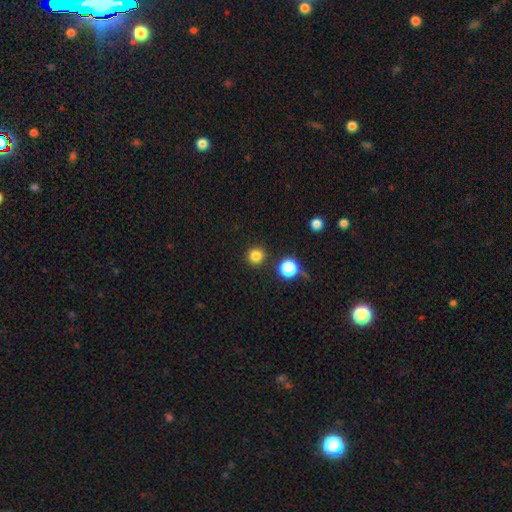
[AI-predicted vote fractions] Overall: smooth (82%). How rounded: round (92%). Merging: none (88%).